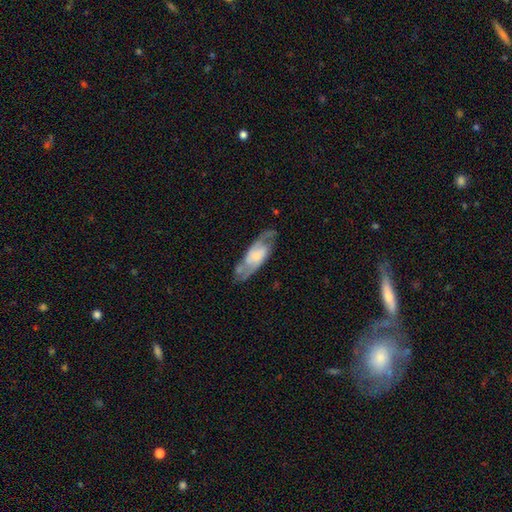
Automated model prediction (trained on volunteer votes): Smooth or featured? featured or disk (68%)
Edge-on disk? no (84%)
Bar? no (58%)
Spiral arms? yes (85%)
Bulge size? small (44%)
Merging? none (66%)